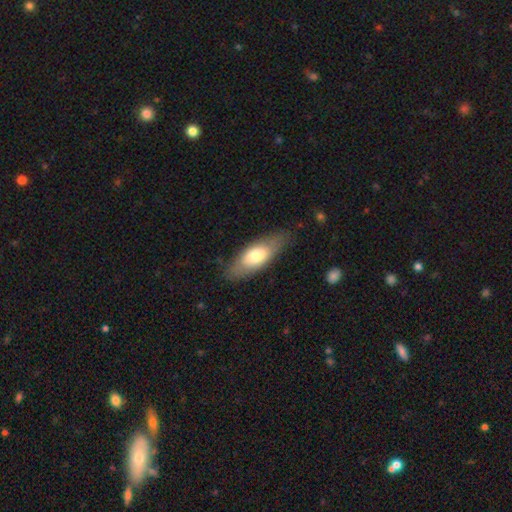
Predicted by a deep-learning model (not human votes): Smooth or featured?
  - smooth: 65% *
  - featured or disk: 29%
  - star or artifact: 6%
How rounded?
  - in between: 74% *
  - cigar-shaped: 24%
  - round: 3%
Merging?
  - none: 79% *
  - minor disturbance: 15%
  - major disturbance: 5%
  - merger: 1%